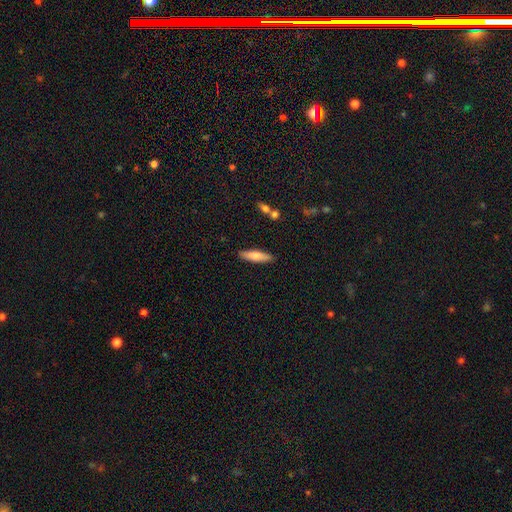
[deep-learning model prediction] This is likely a smooth galaxy (72%). How rounded: likely cigar-shaped (72%). Merging: clearly none (87%).